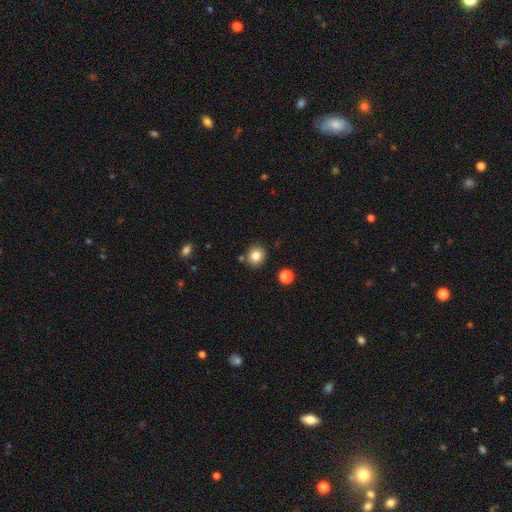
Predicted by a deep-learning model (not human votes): This appears to be a smooth galaxy with no disk features (82%) that is round (87%). Merging: none (85%).